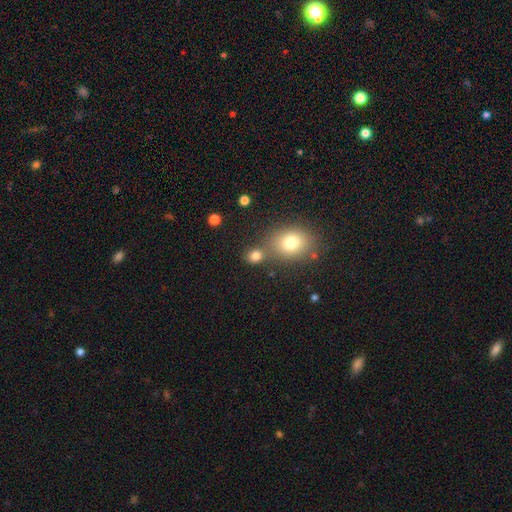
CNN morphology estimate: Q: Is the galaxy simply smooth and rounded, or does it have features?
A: smooth — 79%.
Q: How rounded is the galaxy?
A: round — 67%.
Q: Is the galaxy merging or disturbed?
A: none — 64%.